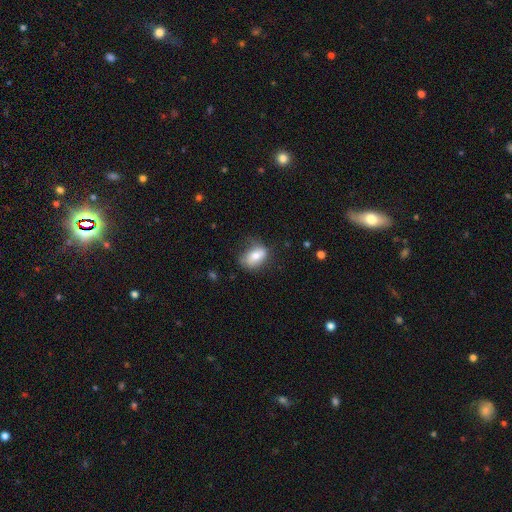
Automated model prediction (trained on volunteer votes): This appears to be a smooth galaxy with no disk features (69%) that is in between round and cigar-shaped (84%). Merging: none (55%).